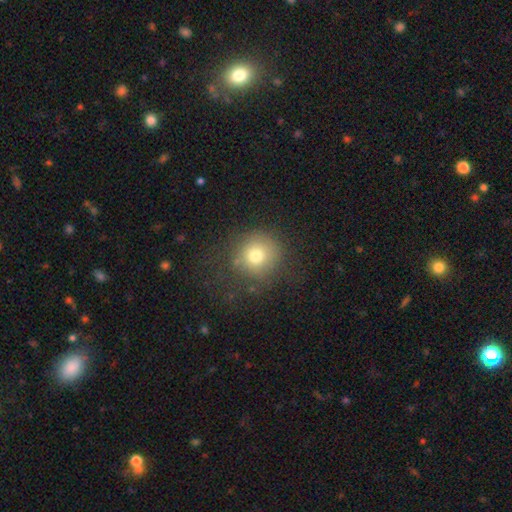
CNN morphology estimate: This appears to be a smooth galaxy with no disk features (73%) that is round (91%). Merging: none (75%).